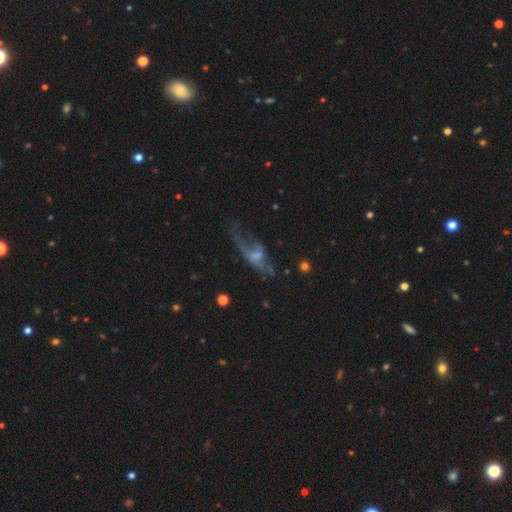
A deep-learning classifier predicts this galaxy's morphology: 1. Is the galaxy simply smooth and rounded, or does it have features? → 61% featured or disk, 26% smooth, 14% star or artifact.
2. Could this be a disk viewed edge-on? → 76% no, 24% yes.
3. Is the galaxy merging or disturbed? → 40% major disturbance, 35% none, 20% minor disturbance, 5% merger.